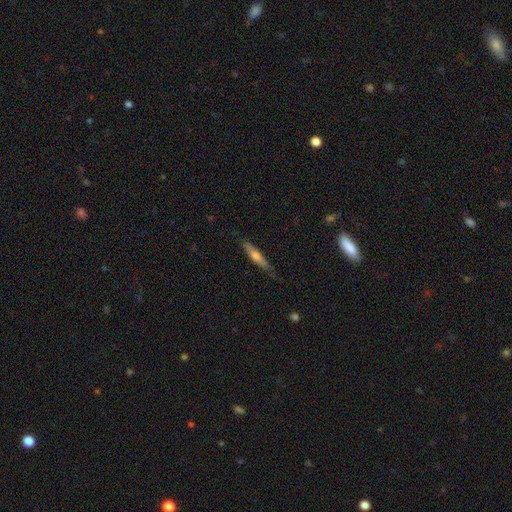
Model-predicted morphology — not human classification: Q: Smooth or featured?
A: featured or disk (47%); tied with: smooth (47%)
Q: Merging?
A: none (81%); runner-up: minor disturbance (16%)